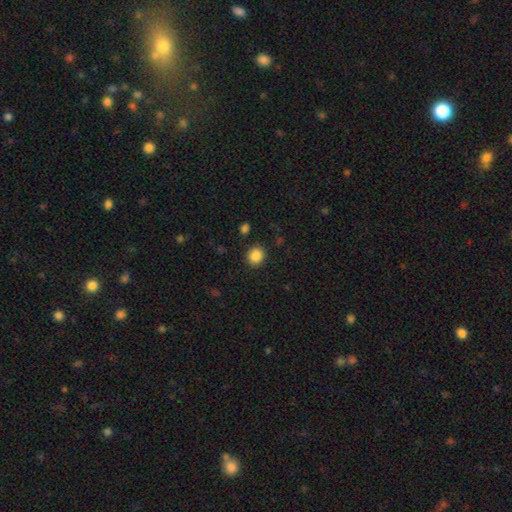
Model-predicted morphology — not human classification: smooth 87%, star or artifact 10%, featured or disk 4%. Down the decision tree: how rounded — round (82%); merging — none (89%).